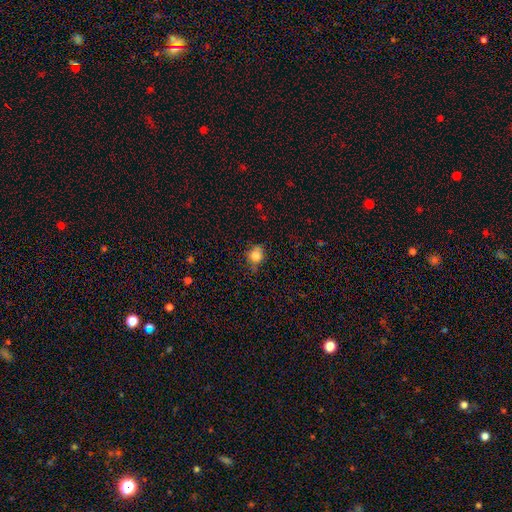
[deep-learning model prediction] Overall: smooth (82%). How rounded: round (73%). Merging: none (69%).